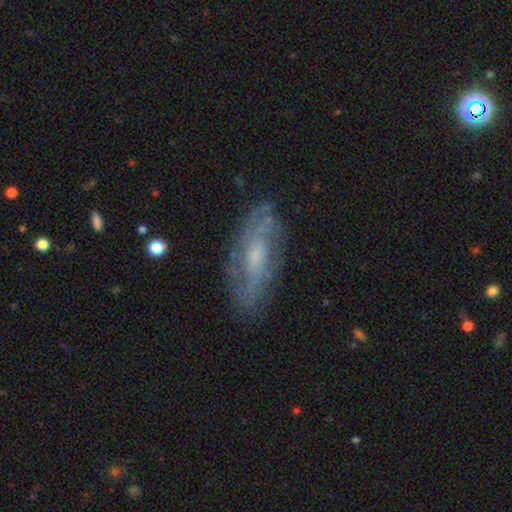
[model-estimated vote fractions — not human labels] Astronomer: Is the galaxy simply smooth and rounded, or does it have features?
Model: featured or disk — 67%.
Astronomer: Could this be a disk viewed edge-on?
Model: no — 84%.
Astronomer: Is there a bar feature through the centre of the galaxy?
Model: no — 61%.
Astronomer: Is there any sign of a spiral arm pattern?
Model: yes — 79%.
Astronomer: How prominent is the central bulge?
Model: small — 43% (runner-up: moderate, 39%).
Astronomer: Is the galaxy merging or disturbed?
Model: none — 74%.